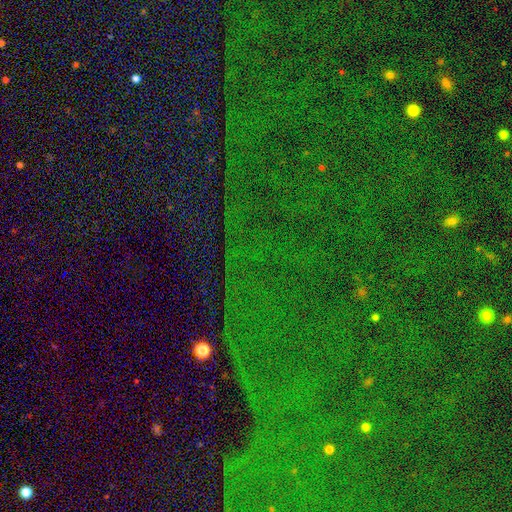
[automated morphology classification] This appears to be a star or artifact, not a galaxy (86%).